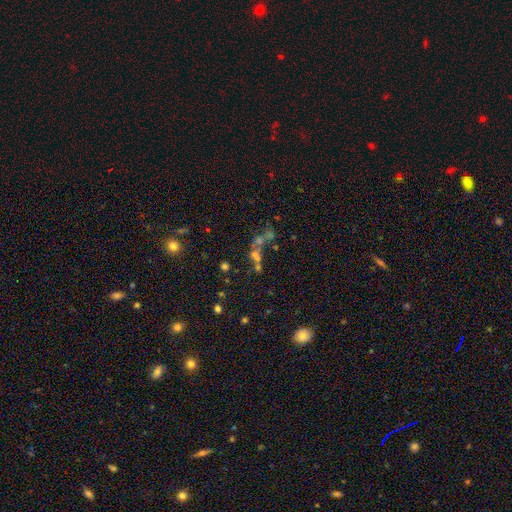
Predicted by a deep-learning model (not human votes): Smooth or featured? Predicted: smooth (p=0.37). Merging? Predicted: merger (p=0.45).